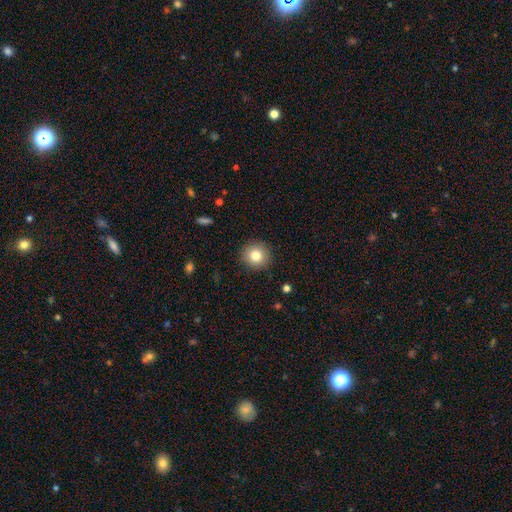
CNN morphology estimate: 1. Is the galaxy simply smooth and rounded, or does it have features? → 81% smooth, 10% star or artifact, 9% featured or disk.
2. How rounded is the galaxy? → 92% round, 7% in between, 1% cigar-shaped.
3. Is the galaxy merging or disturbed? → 91% none, 6% minor disturbance, 2% major disturbance, 1% merger.